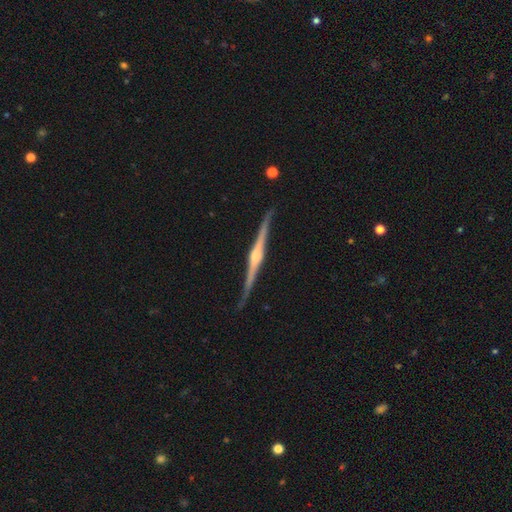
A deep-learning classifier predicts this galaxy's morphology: Overall: featured or disk (89%). Edge-on disk: yes (98%). Edge-on bulge: rounded (81%). Merging: none (89%).